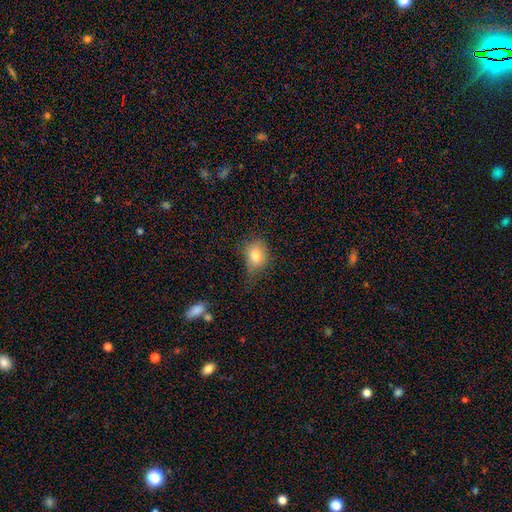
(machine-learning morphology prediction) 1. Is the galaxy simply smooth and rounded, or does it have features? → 80% smooth, 10% featured or disk, 10% star or artifact.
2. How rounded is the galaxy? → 57% in between, 41% round, 1% cigar-shaped.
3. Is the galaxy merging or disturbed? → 51% none, 34% minor disturbance, 12% major disturbance, 2% merger.